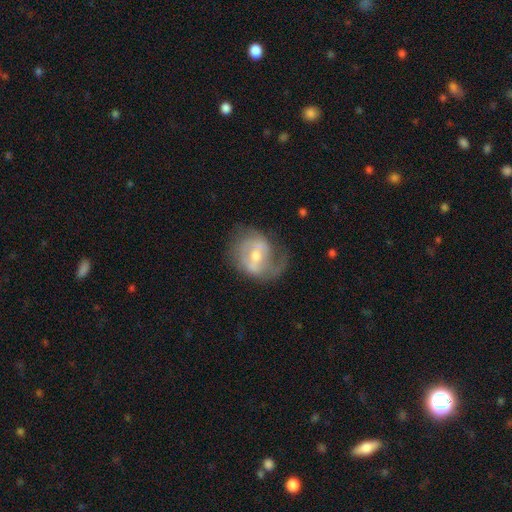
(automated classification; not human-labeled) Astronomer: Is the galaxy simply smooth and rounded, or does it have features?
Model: featured or disk — 76%.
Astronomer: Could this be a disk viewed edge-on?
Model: no — 96%.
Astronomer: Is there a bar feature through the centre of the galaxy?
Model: weak — 47% (runner-up: strong, 35%).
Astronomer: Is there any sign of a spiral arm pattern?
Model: yes — 80%.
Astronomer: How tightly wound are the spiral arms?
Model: medium — 42% (runner-up: tight, 30%).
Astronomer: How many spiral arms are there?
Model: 2 — 58%.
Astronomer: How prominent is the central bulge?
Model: moderate — 58% (runner-up: small, 37%).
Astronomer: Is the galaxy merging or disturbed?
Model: none — 53%.